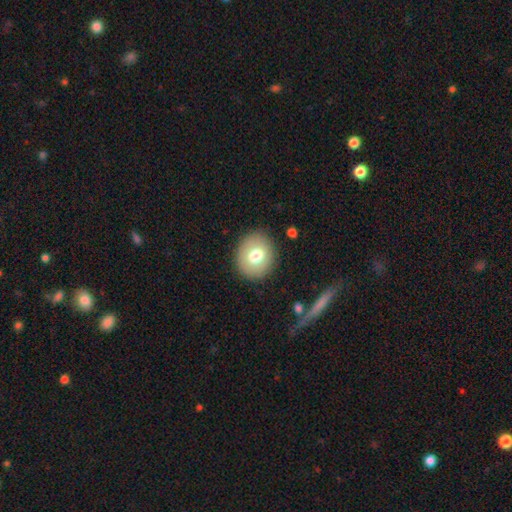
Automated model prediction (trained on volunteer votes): Smooth or featured? Predicted: smooth (p=0.74). How rounded? Predicted: round (p=0.70). Merging? Predicted: none (p=0.88).